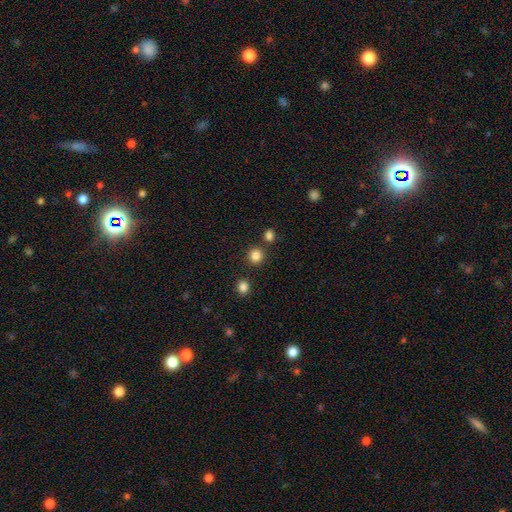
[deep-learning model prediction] Q: Smooth or featured?
A: smooth (84%); runner-up: star or artifact (13%)
Q: How rounded?
A: round (90%); runner-up: in between (9%)
Q: Merging?
A: none (84%); runner-up: merger (8%)